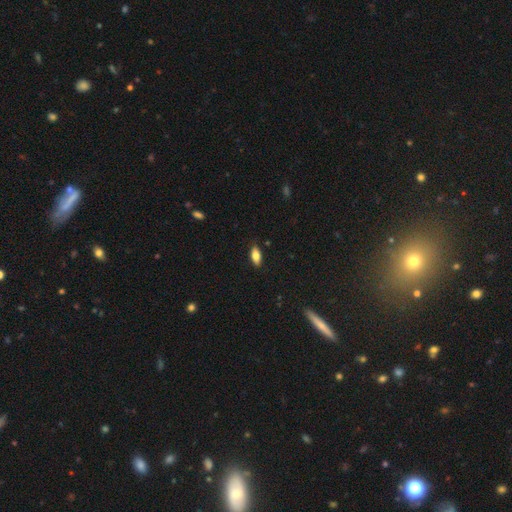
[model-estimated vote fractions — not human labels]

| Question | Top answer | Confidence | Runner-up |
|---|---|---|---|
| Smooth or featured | smooth | 76% | featured or disk (17%) |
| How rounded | in between | 82% | cigar-shaped (15%) |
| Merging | none | 87% | minor disturbance (10%) |